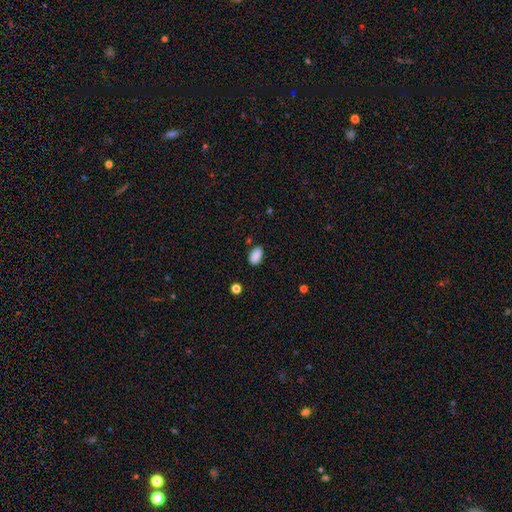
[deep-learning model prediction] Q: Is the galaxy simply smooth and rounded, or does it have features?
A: smooth — 88%.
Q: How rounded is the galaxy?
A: in between — 91%.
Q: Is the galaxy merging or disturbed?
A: none — 81%.